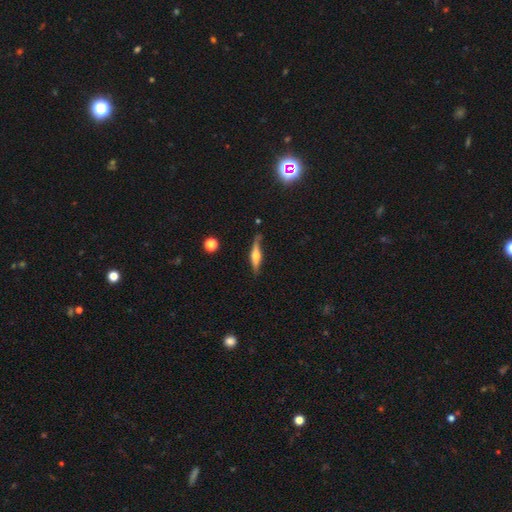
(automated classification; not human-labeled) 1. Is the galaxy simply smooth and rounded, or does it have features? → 58% featured or disk, 36% smooth, 6% star or artifact.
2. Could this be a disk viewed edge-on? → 94% yes, 6% no.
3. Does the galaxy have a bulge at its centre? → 90% rounded, 6% boxy, 4% none.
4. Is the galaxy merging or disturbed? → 72% none, 20% minor disturbance, 5% major disturbance, 3% merger.